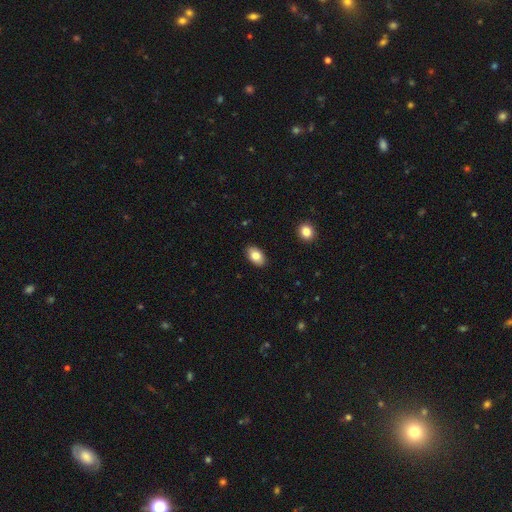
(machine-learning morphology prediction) This appears to be a smooth galaxy with no disk features (83%) that is in between round and cigar-shaped (92%). Merging: none (89%).